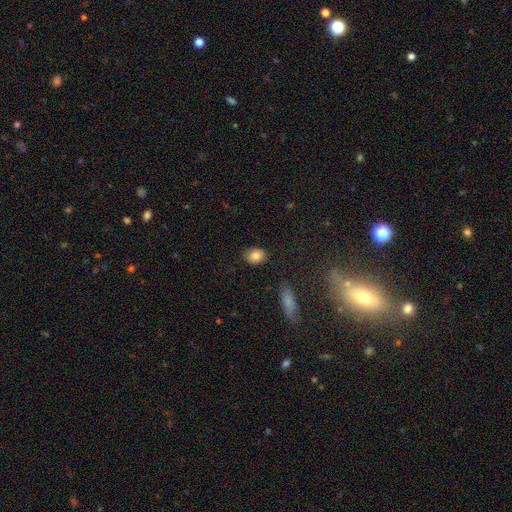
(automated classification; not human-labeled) Smooth or featured? Predicted: smooth (p=0.84). How rounded? Predicted: in between (p=0.63). Merging? Predicted: none (p=0.86).